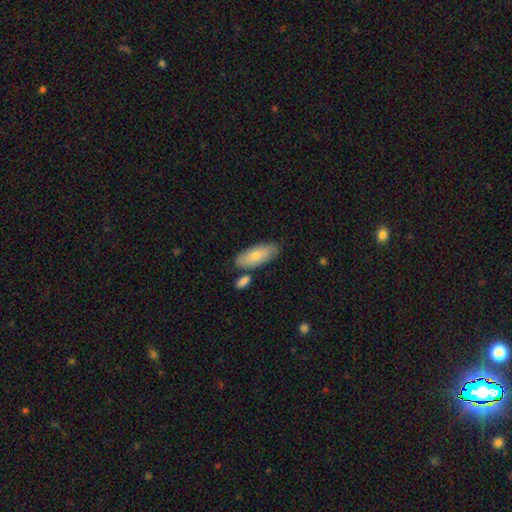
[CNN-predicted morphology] smooth 70%, featured or disk 24%, star or artifact 6%. Down the decision tree: how rounded — in between (81%); merging — none (74%).